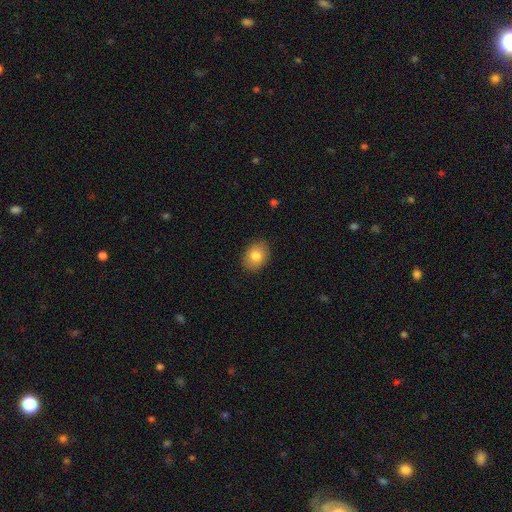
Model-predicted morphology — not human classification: Smooth or featured? Predicted: smooth (p=0.81). How rounded? Predicted: in between (p=0.62). Merging? Predicted: none (p=0.88).